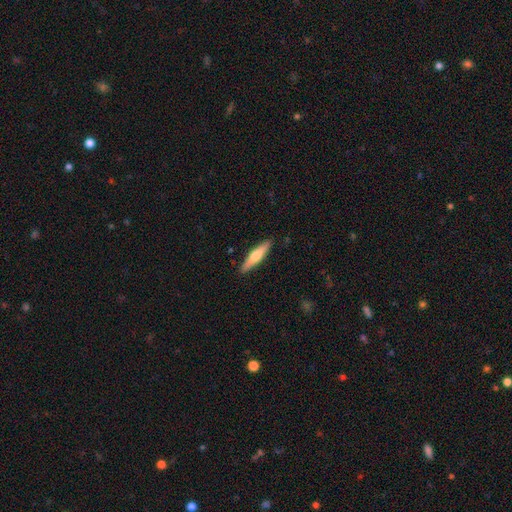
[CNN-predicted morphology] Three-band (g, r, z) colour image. It shows a smooth galaxy with no disk features (56%) that is cigar-shaped (83%). Merging: none (90%).